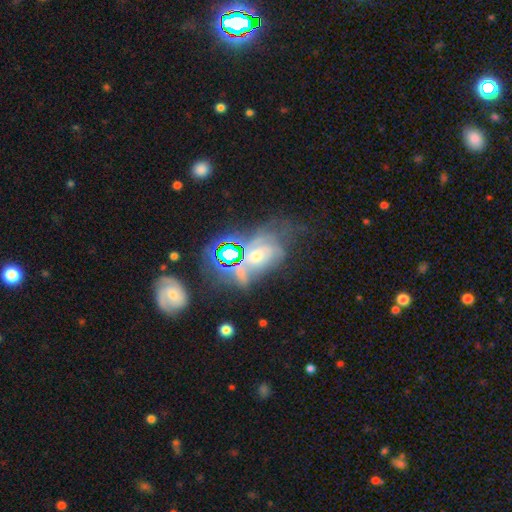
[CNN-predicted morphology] Smooth or featured?
  - featured or disk: 48% *
  - star or artifact: 31%
  - smooth: 21%
Merging?
  - none: 33% *
  - major disturbance: 28%
  - minor disturbance: 21%
  - merger: 19%